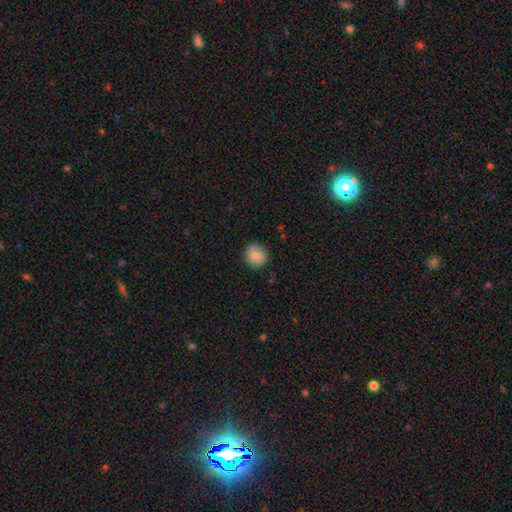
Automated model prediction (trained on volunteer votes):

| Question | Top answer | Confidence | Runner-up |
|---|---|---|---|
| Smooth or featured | smooth | 85% | star or artifact (8%) |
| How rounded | round | 88% | in between (11%) |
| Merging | none | 86% | minor disturbance (11%) |